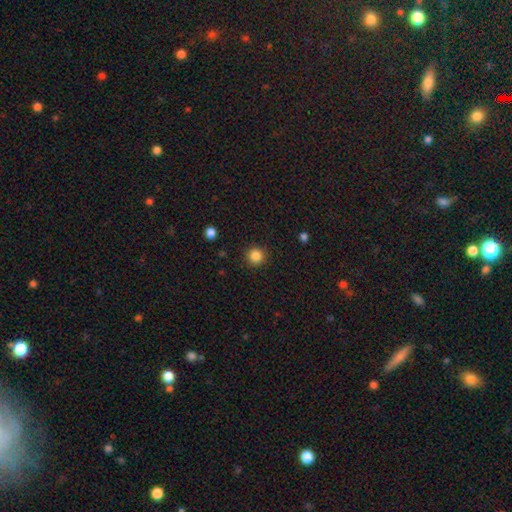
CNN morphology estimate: smooth-or-featured: smooth: 85% | star or artifact: 11% | featured or disk: 4%
  how-rounded: round: 95% | in between: 4% | cigar-shaped: 1%
  merging: none: 91% | minor disturbance: 6% | major disturbance: 2% | merger: 1%